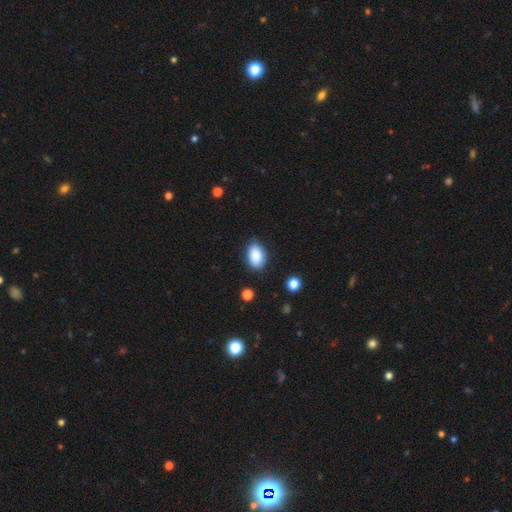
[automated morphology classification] Smooth or featured: smooth — 88% (star or artifact — 7%)
How rounded: in between — 91% (round — 8%)
Merging: none — 84% (minor disturbance — 12%)